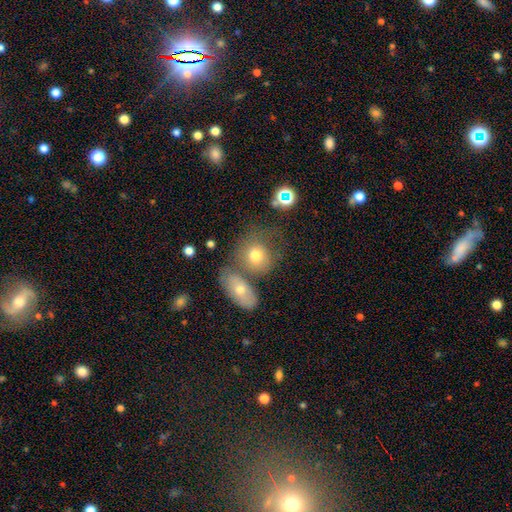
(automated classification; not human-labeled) This appears to be a smooth galaxy with no disk features (69%) that is round (69%). Merging: none (42%).